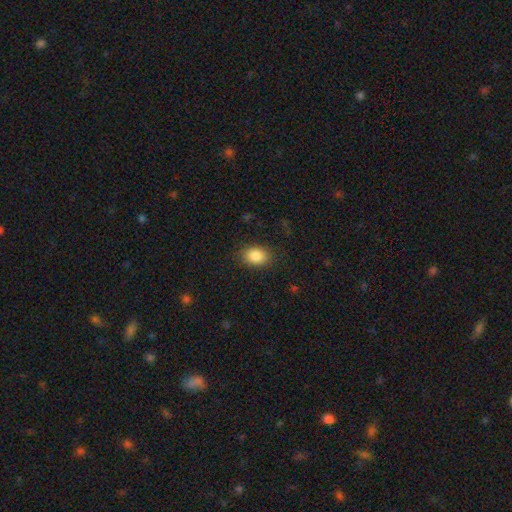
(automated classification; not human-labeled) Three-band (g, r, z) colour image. It shows a smooth galaxy with no disk features (87%) that is in between round and cigar-shaped (75%). Merging: none (85%).